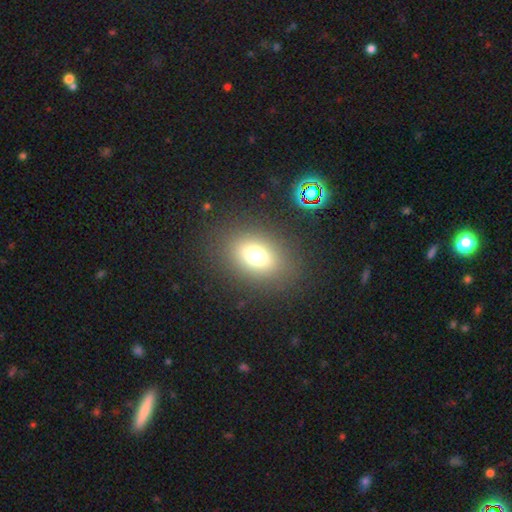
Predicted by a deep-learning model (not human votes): smooth-or-featured: smooth: 70% | star or artifact: 17% | featured or disk: 13%
  how-rounded: in between: 66% | round: 32% | cigar-shaped: 2%
  merging: none: 85% | minor disturbance: 8% | major disturbance: 5% | merger: 2%